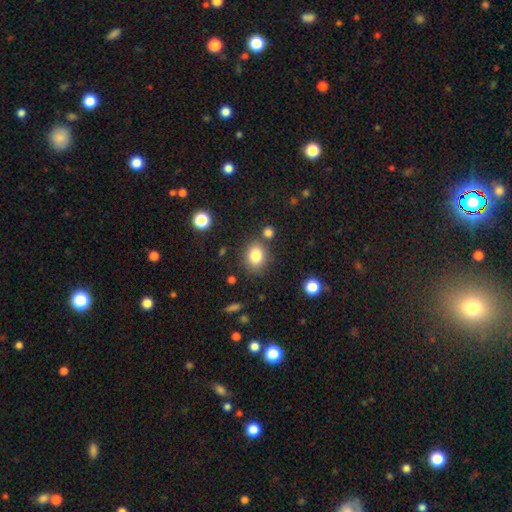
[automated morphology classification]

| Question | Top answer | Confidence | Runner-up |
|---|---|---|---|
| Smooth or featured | smooth | 83% | star or artifact (10%) |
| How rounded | round | 50% | in between (49%) |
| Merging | none | 76% | minor disturbance (12%) |